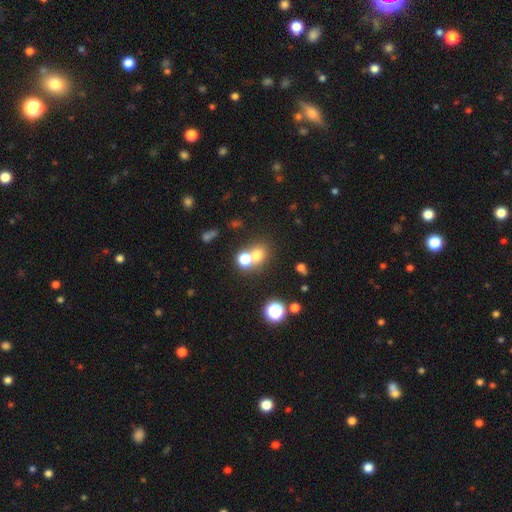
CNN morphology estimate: The model was most divided on "merging" (2-way tie): none: 45%, merger: 45%, minor disturbance: 7%, major disturbance: 4%. More confident: how rounded — round (74%); smooth or featured — smooth (69%).